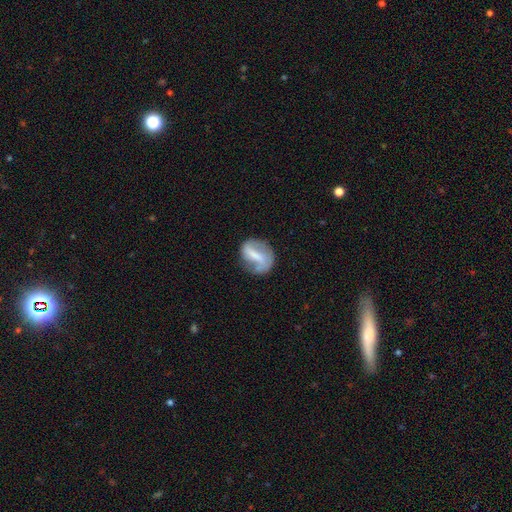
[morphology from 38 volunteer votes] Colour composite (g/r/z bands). It shows a featured or disk galaxy (66%) with a strong bar (40%, tied with weak), 2 (68%) loose (63%) spiral arms (76%) and no central bulge (48%). Merging: none (49%).